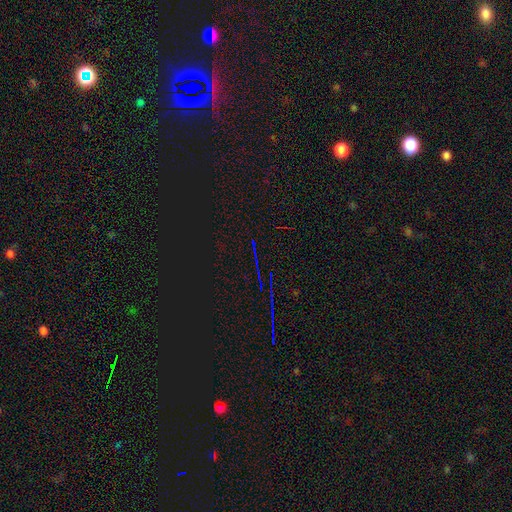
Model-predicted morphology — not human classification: Smooth or featured? Predicted: star or artifact (p=0.84).